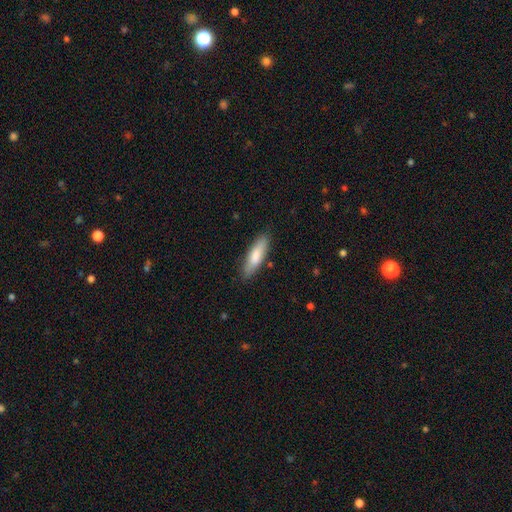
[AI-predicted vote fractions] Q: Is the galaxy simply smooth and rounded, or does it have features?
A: smooth — 80%.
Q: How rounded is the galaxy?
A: cigar-shaped — 57%.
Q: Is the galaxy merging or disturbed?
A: none — 84%.